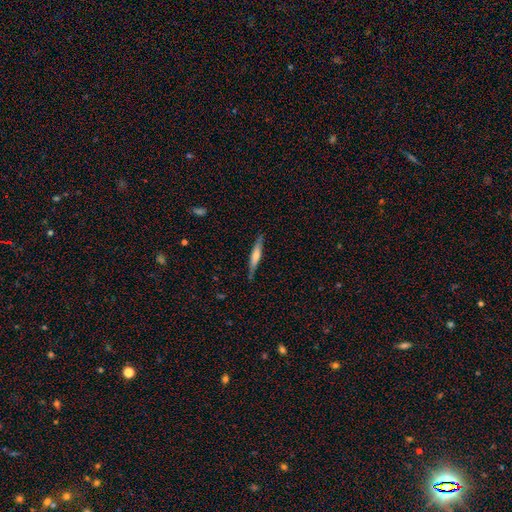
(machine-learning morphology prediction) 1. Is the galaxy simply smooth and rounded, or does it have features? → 53% smooth, 42% featured or disk, 6% star or artifact.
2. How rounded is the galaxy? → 90% cigar-shaped, 8% in between, 1% round.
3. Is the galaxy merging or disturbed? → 82% none, 14% minor disturbance, 2% major disturbance, 2% merger.